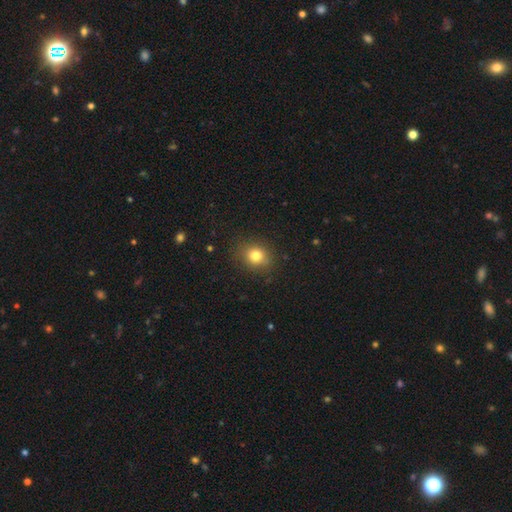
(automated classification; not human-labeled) Smooth or featured? smooth (80%)
How rounded? round (70%)
Merging? none (85%)